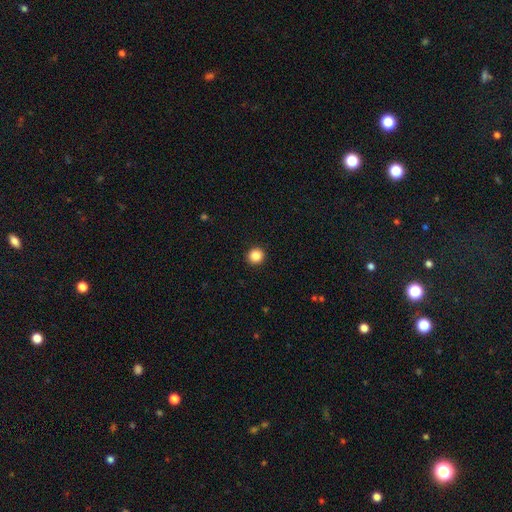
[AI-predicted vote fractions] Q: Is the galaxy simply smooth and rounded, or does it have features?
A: smooth — 86%.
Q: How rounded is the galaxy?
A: round — 94%.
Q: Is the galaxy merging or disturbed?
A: none — 94%.